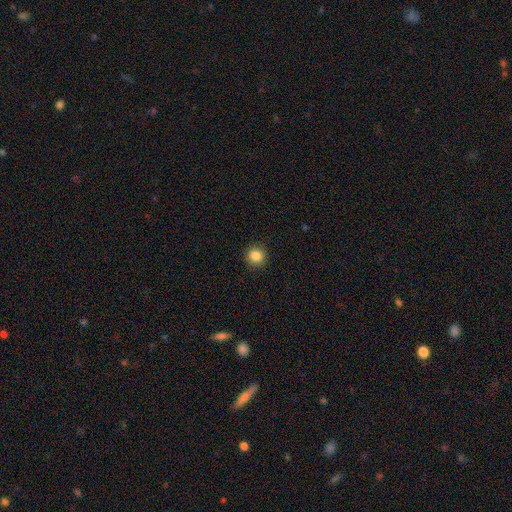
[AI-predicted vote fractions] smooth-or-featured: smooth: 86% | star or artifact: 10% | featured or disk: 4%
  how-rounded: round: 93% | in between: 6% | cigar-shaped: 1%
  merging: none: 92% | minor disturbance: 5% | major disturbance: 2% | merger: 1%